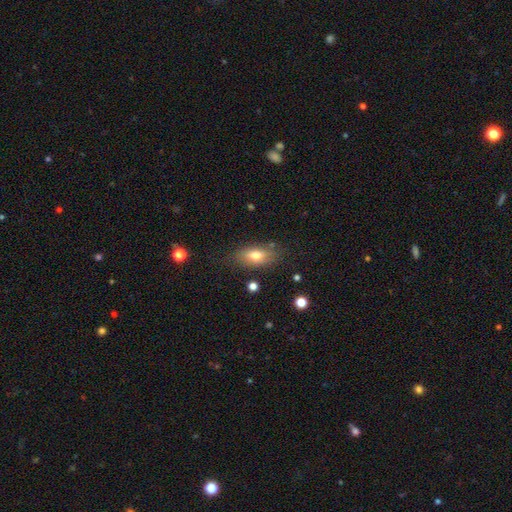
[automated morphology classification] The model was most divided on "smooth or featured": smooth: 67%, featured or disk: 23%, star or artifact: 9%. More confident: how rounded — in between (80%); merging — none (77%).